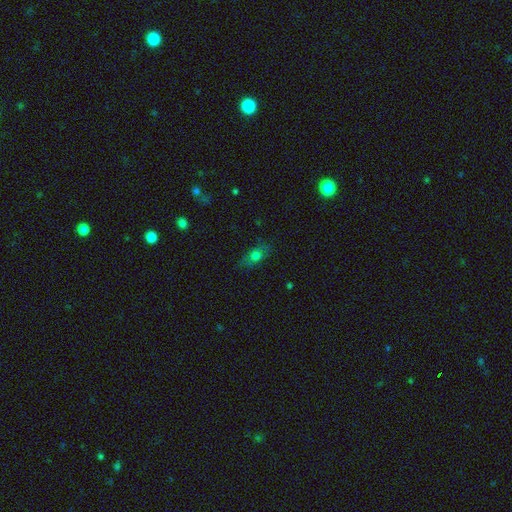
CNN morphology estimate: Smooth or featured: smooth — 66% (featured or disk — 21%)
How rounded: in between — 70% (cigar-shaped — 16%)
Merging: none — 78% (minor disturbance — 16%)